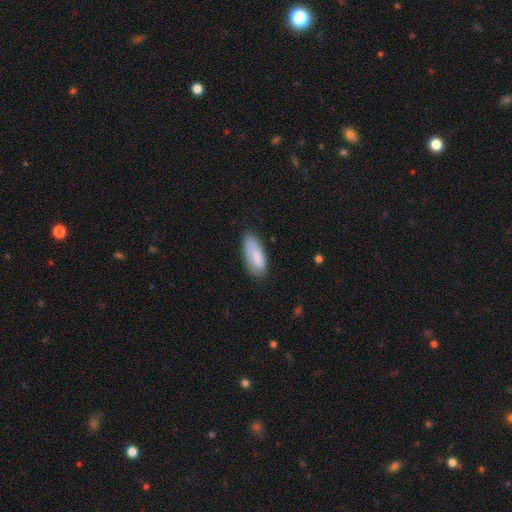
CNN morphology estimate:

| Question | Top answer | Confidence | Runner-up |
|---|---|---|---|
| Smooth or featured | smooth | 80% | featured or disk (14%) |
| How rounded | in between | 81% | cigar-shaped (17%) |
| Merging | none | 67% | minor disturbance (25%) |